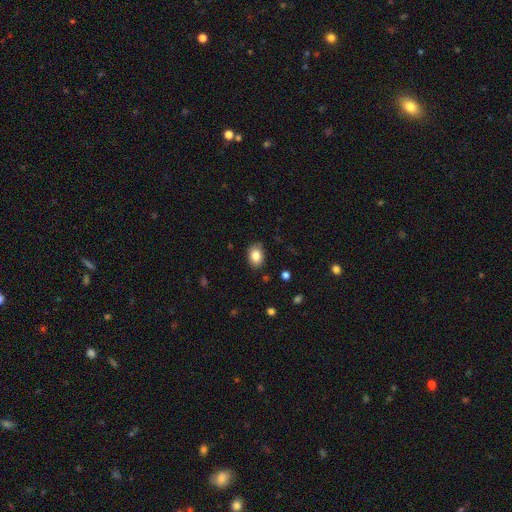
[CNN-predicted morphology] type=smooth (85%); roundness=in between (73%); merging=none (85%).